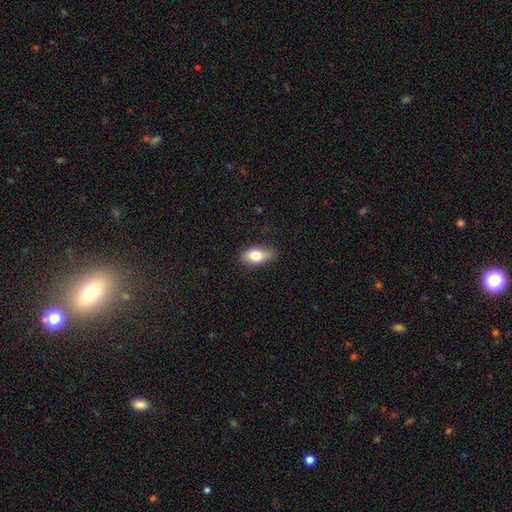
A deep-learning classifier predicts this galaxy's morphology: A smooth galaxy with no disk features (79%) that is in between round and cigar-shaped (88%).

Vote fractions:
- Smooth or featured? smooth: 79% / featured or disk: 13% / star or artifact: 7%
- How rounded? in between: 88% / round: 7% / cigar-shaped: 5%
- Merging? none: 80% / minor disturbance: 16% / major disturbance: 3% / merger: 1%